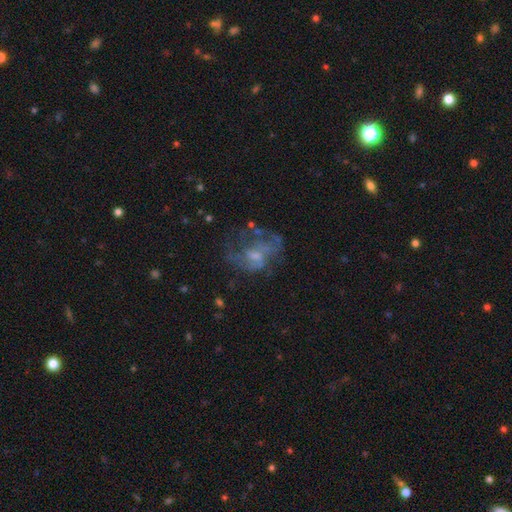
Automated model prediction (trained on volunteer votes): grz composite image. It shows a featured or disk galaxy (64%) with no bar (68%), no spiral arms (51%) and a small central bulge (49%). Merging: none (42%).